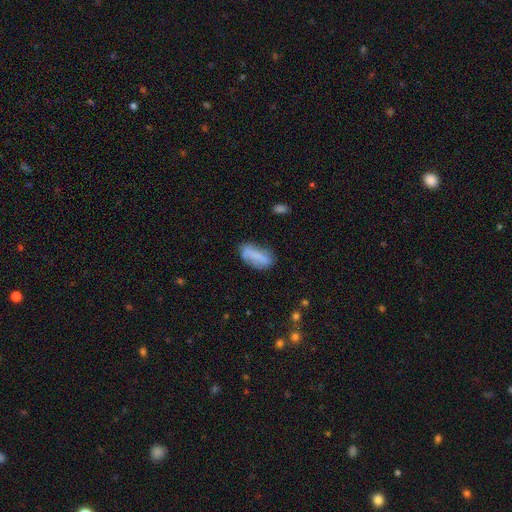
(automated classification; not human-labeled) A smooth galaxy with no disk features (71%) that is in between round and cigar-shaped (71%). Merging: none (62%).